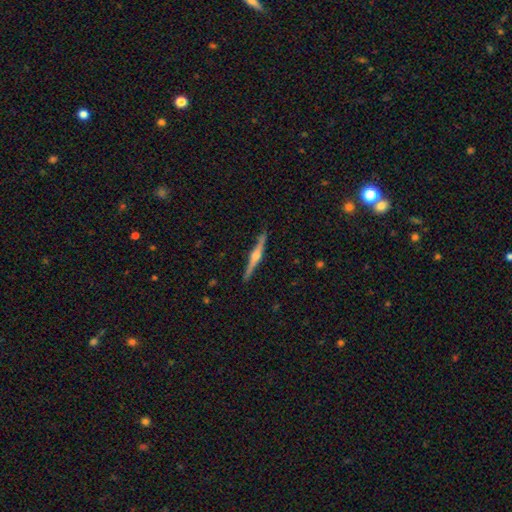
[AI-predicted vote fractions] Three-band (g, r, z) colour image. It shows a featured or disk galaxy (80%) viewed edge-on (98%) with a rounded central bulge (89%). Merging: none (91%).